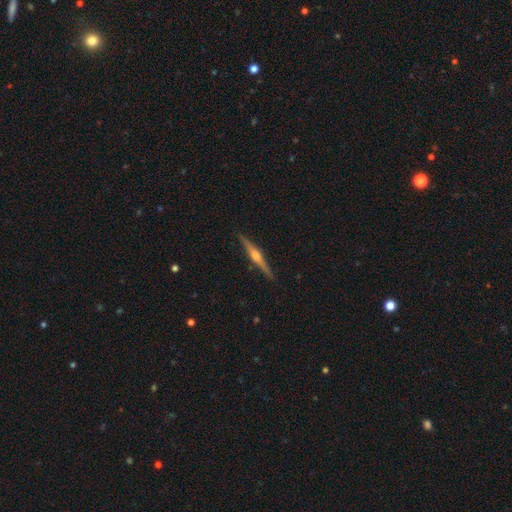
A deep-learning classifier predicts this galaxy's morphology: This is clearly a featured or disk galaxy (82%). It is clearly viewed edge-on (99%). Edge-on bulge: clearly rounded (89%). Merging: clearly none (92%).